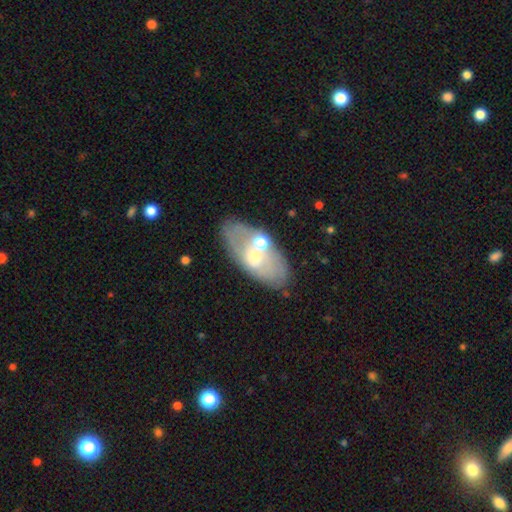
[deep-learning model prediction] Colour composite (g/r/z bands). It shows a featured or disk galaxy (55%). Merging: none (66%).